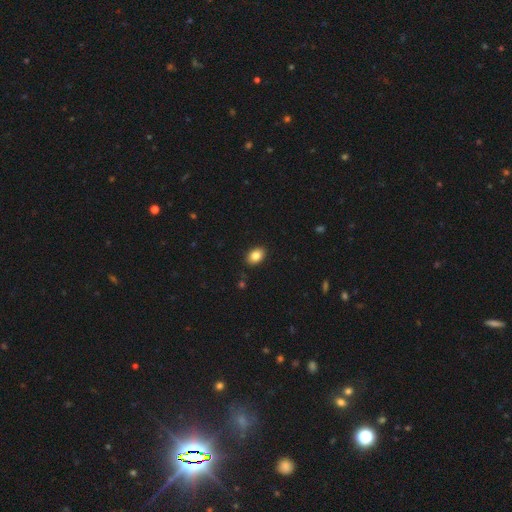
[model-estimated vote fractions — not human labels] This appears to be a smooth galaxy with no disk features (84%) that is in between round and cigar-shaped (82%). Merging: none (89%).